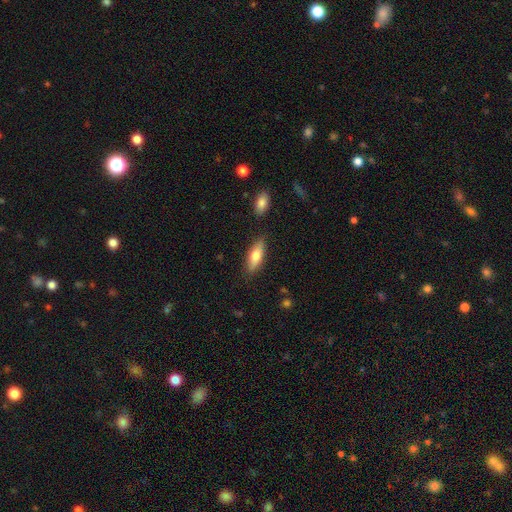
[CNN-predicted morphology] This appears to be a smooth galaxy with no disk features (73%) that is in between round and cigar-shaped (63%). Merging: none (80%).